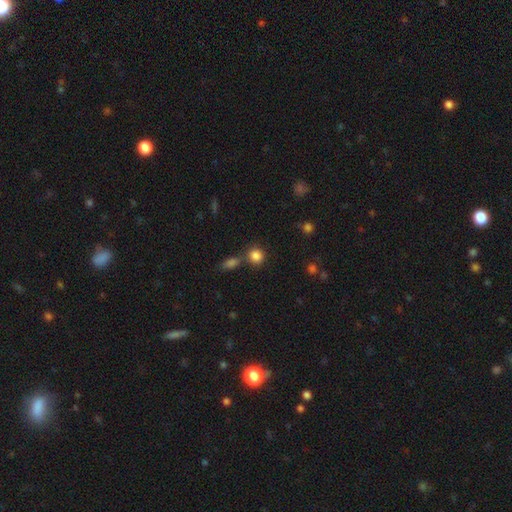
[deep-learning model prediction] Q: Smooth or featured?
A: smooth (85%); runner-up: star or artifact (11%)
Q: How rounded?
A: round (84%); runner-up: in between (15%)
Q: Merging?
A: none (67%); runner-up: merger (19%)